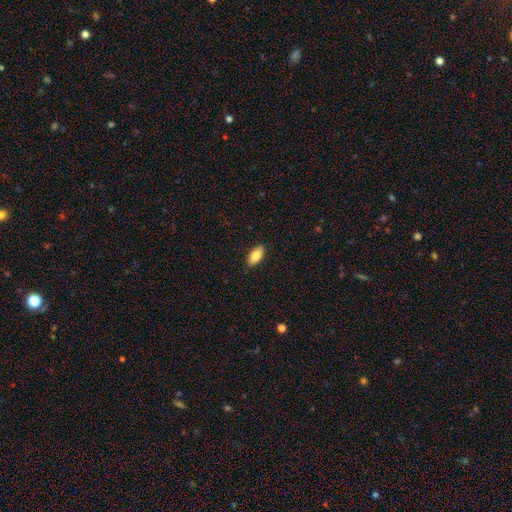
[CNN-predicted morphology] This is clearly a smooth galaxy (82%). How rounded: clearly in between (90%). Merging: clearly none (88%).